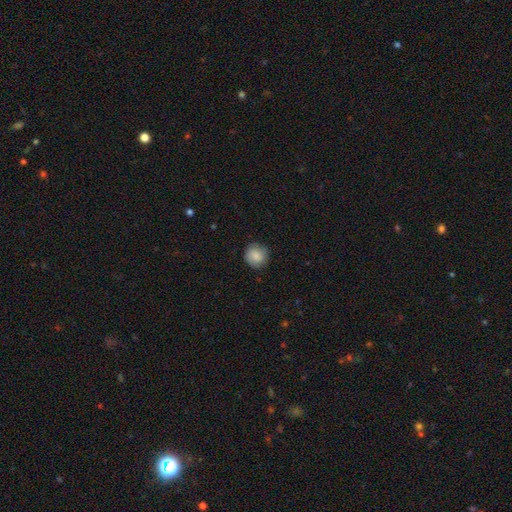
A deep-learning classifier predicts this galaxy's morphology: The model was most divided on "merging": none: 82%, minor disturbance: 14%, major disturbance: 3%, merger: 1%. More confident: how rounded — round (89%); smooth or featured — smooth (83%).